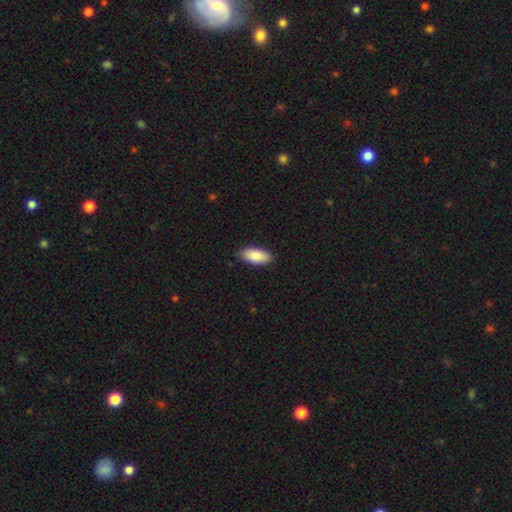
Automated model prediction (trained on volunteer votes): Smooth or featured?
  - smooth: 87% *
  - featured or disk: 7%
  - star or artifact: 6%
How rounded?
  - in between: 91% *
  - cigar-shaped: 7%
  - round: 2%
Merging?
  - none: 88% *
  - minor disturbance: 9%
  - major disturbance: 2%
  - merger: 1%